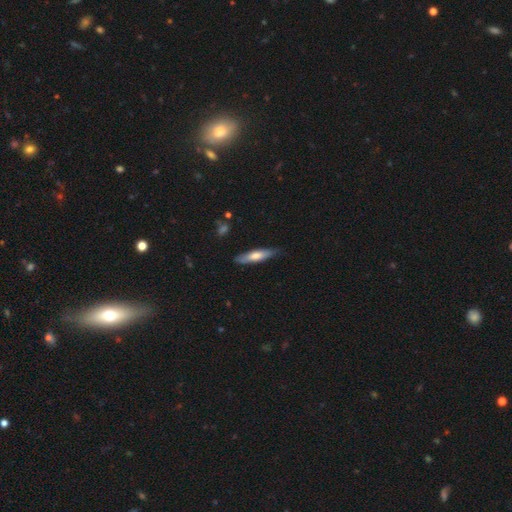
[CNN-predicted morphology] A smooth galaxy with no disk features (62%) that is cigar-shaped (77%).

Vote fractions:
- Smooth or featured? smooth: 62% / featured or disk: 33% / star or artifact: 5%
- How rounded? cigar-shaped: 77% / in between: 21% / round: 2%
- Merging? none: 81% / minor disturbance: 16% / major disturbance: 2% / merger: 1%